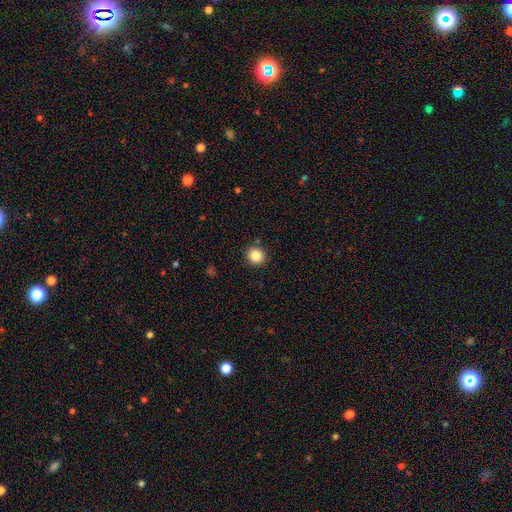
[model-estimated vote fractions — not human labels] Smooth or featured: smooth — 85% (star or artifact — 10%)
How rounded: round — 92% (in between — 7%)
Merging: none — 91% (minor disturbance — 6%)